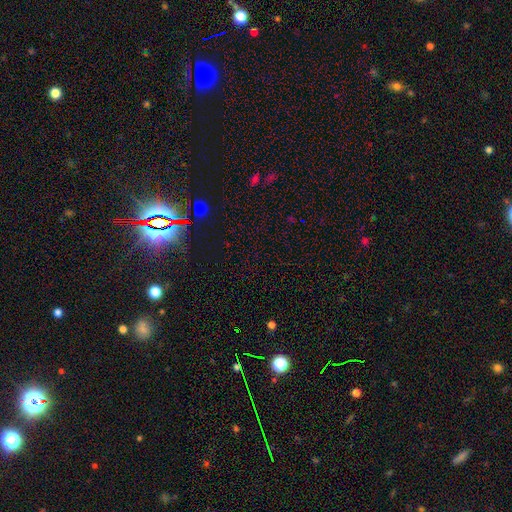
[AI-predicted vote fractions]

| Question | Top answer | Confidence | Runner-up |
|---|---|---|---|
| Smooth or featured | star or artifact | 69% | smooth (23%) |